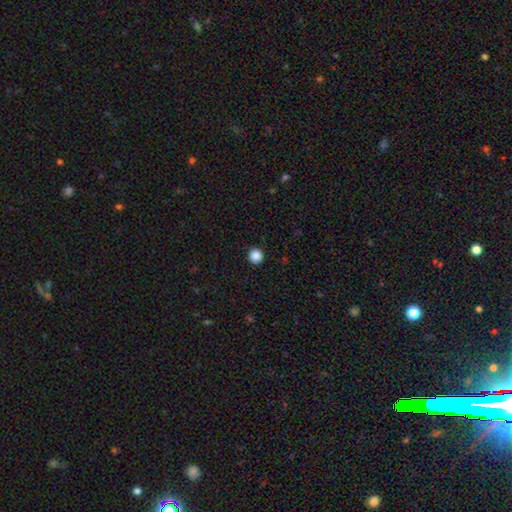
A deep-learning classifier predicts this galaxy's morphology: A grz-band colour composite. It shows a smooth galaxy with no disk features (87%) that is round (95%). Merging: none (92%).